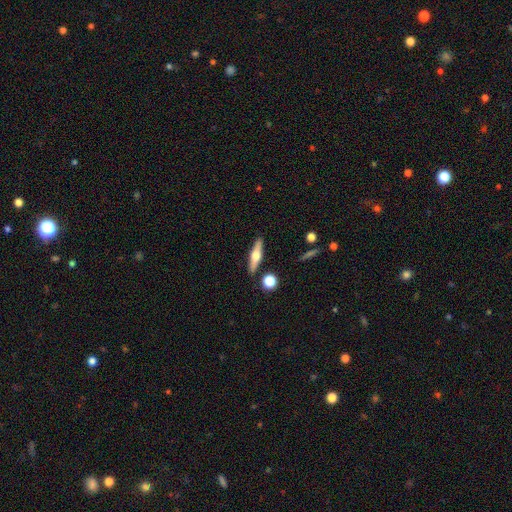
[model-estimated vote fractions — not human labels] This appears to be a featured or disk galaxy (58%) viewed edge-on (95%) with a rounded central bulge (93%). Merging: none (86%).